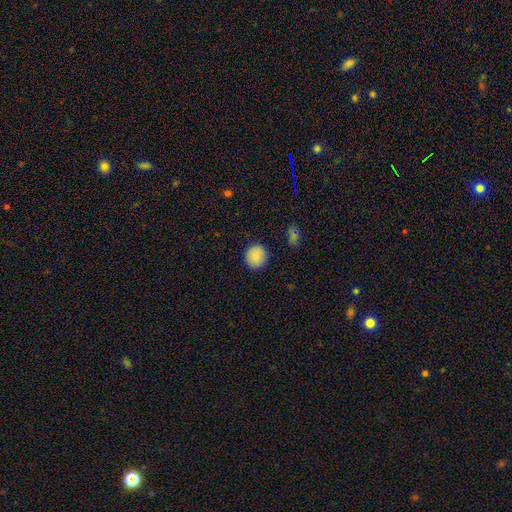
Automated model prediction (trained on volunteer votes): This appears to be a smooth galaxy with no disk features (87%) that is round (90%). Merging: none (90%).